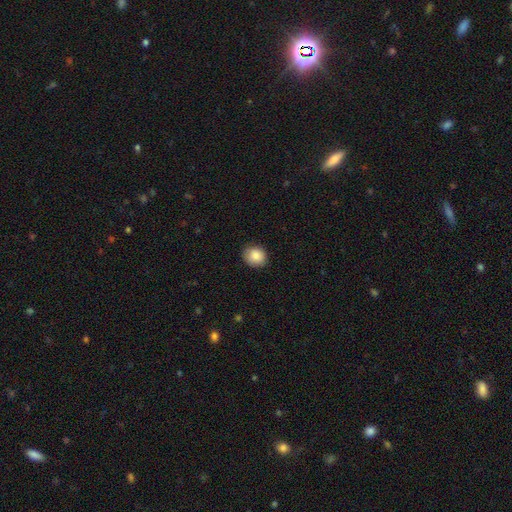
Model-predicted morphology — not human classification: smooth_or_featured: smooth (p=0.87) [alt: star or artifact p=0.08]
how_rounded: round (p=0.75) [alt: in between p=0.24]
merging: none (p=0.83) [alt: minor disturbance p=0.13]